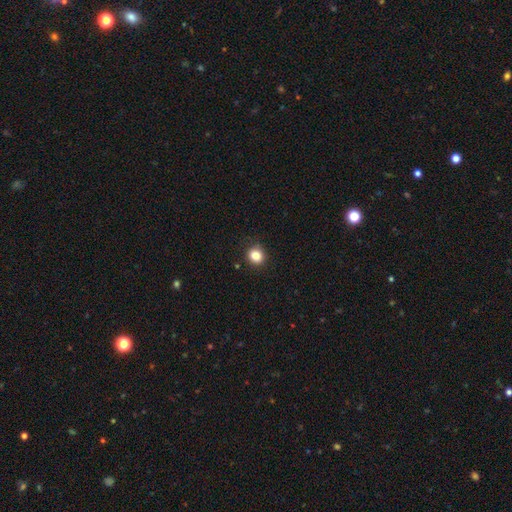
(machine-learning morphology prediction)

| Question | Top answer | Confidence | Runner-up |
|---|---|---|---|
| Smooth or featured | smooth | 86% | star or artifact (11%) |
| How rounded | round | 73% | in between (26%) |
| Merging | none | 84% | minor disturbance (12%) |